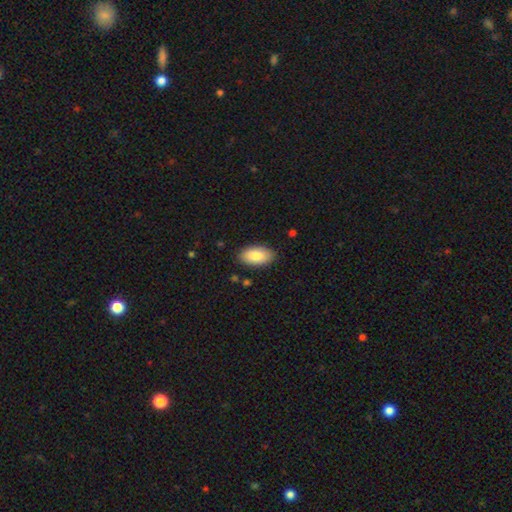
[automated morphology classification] Q: Smooth or featured?
A: smooth (85%); runner-up: featured or disk (9%)
Q: How rounded?
A: in between (94%); runner-up: cigar-shaped (3%)
Q: Merging?
A: none (87%); runner-up: minor disturbance (10%)